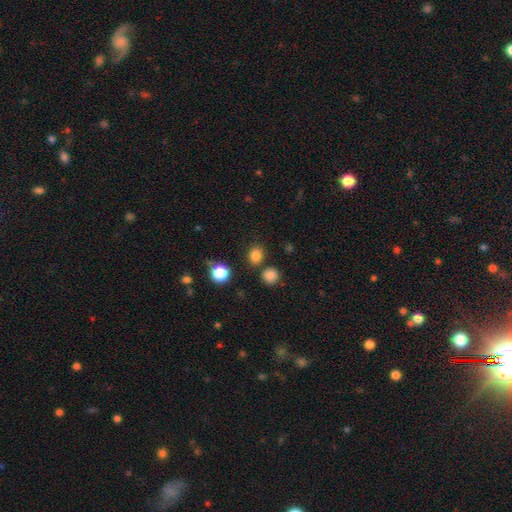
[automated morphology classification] The model was most divided on "how rounded": round: 70%, in between: 29%, cigar-shaped: 1%. More confident: smooth or featured — smooth (80%); merging — none (79%).